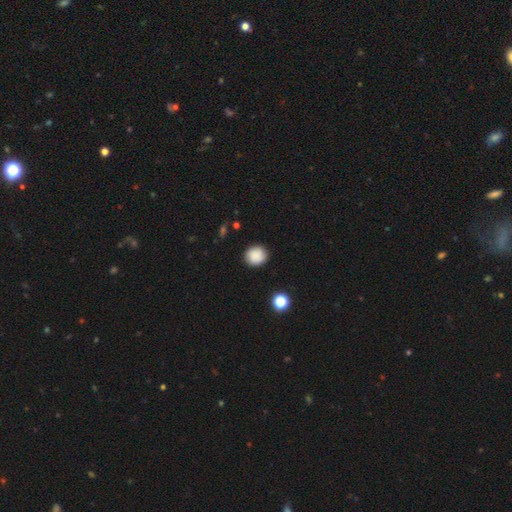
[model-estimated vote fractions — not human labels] smooth_or_featured: smooth (p=0.86) [alt: star or artifact p=0.09]
how_rounded: round (p=0.85) [alt: in between p=0.14]
merging: none (p=0.85) [alt: minor disturbance p=0.11]